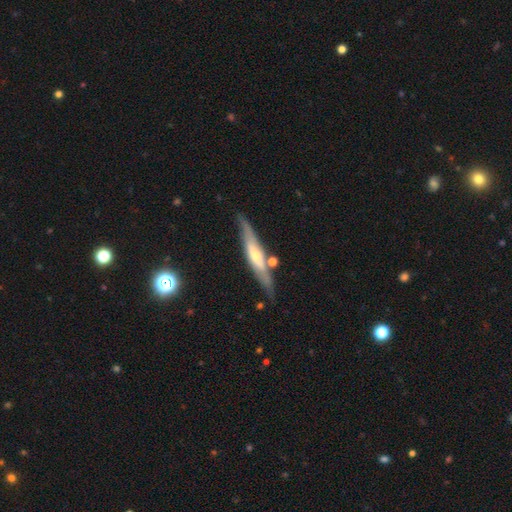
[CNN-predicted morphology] Smooth or featured? featured or disk (61%)
Edge-on disk? yes (86%)
Edge-on bulge? rounded (63%)
Merging? none (75%)